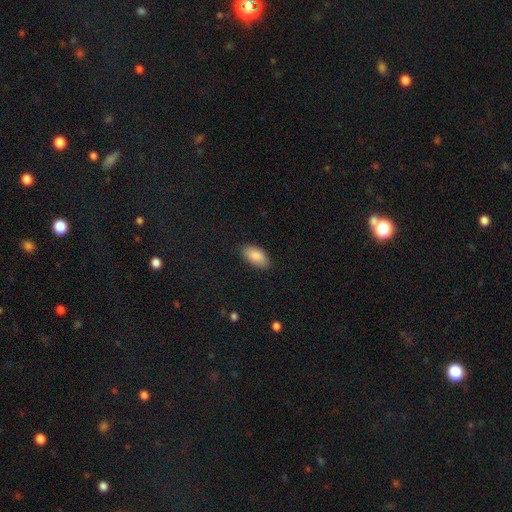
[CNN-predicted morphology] Overall: smooth (88%). How rounded: in between (94%). Merging: none (85%).